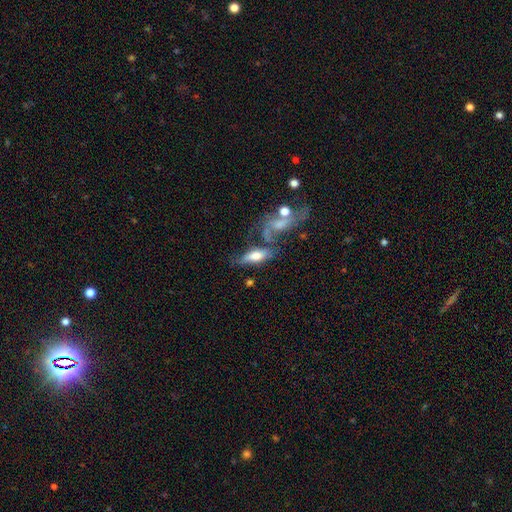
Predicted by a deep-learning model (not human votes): A smooth galaxy with no disk features (59%) that is in between round and cigar-shaped (68%). Merging: none (39%).